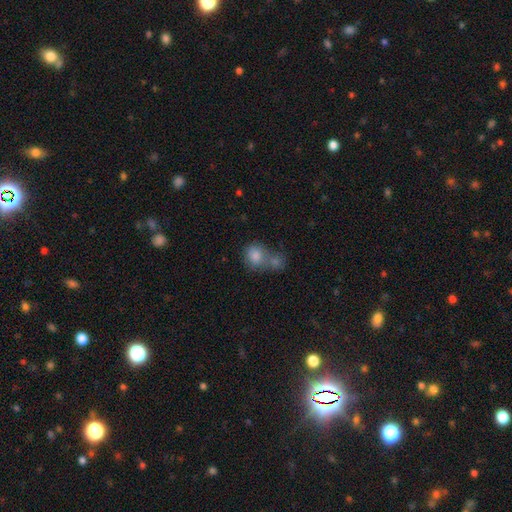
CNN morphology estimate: The model was most divided on "how rounded": round: 61%, in between: 38%, cigar-shaped: 1%. More confident: smooth or featured — smooth (81%); merging — merger (56%).